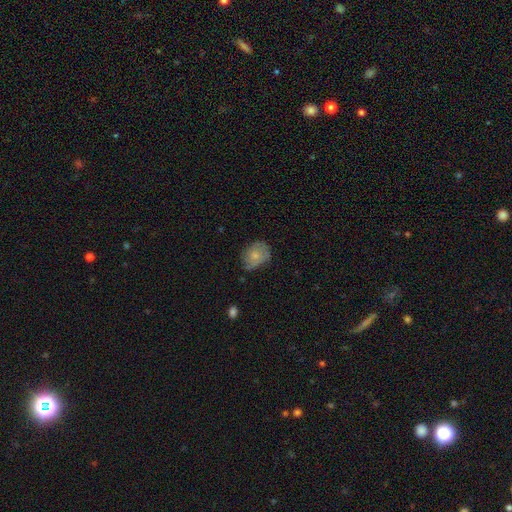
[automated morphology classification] Smooth or featured? Predicted: smooth (p=0.64). How rounded? Predicted: in between (p=0.58). Merging? Predicted: none (p=0.56).